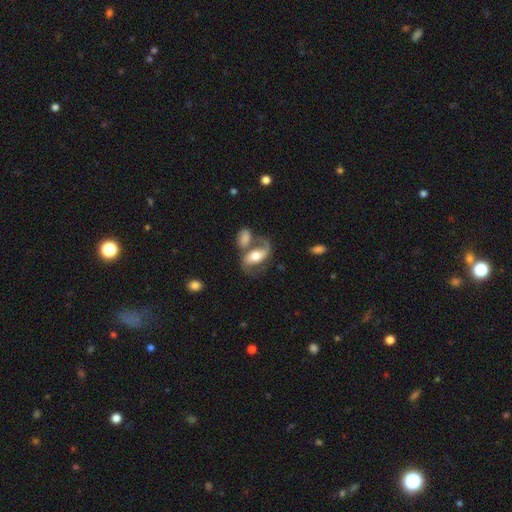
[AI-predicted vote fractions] Overall: featured or disk (70%). Edge-on disk: no (94%). Bar: no (40%; weak 33%). Spiral arms: yes (88%). Spiral arm count: 2 (79%). Spiral winding: loose (46%; medium 42%). Bulge size: moderate (59%; large 26%). Merging: none (37%; merger 36%).